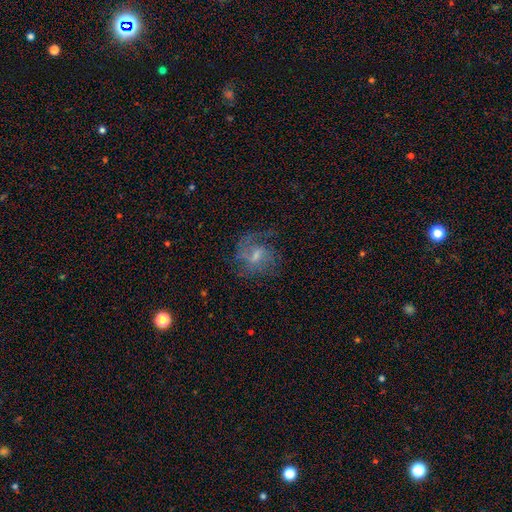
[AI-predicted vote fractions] featured or disk 63%, smooth 27%, star or artifact 10%. Down the decision tree: edge-on disk — no (97%); bar — weak (57%); spiral arms — yes (75%); bulge size — small (46%); merging — none (51%).